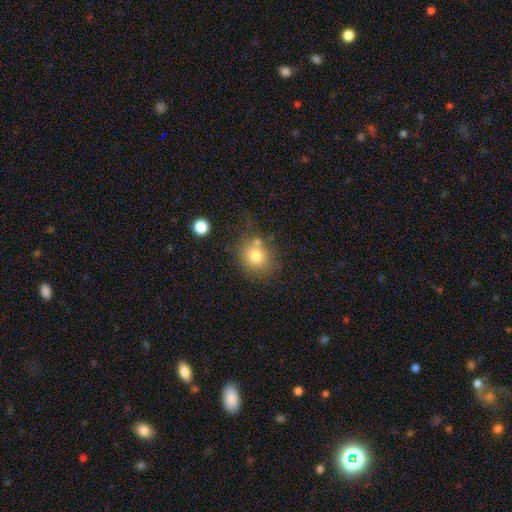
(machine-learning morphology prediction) smooth_or_featured: smooth (p=0.78) [alt: featured or disk p=0.12]
how_rounded: round (p=0.72) [alt: in between p=0.27]
merging: none (p=0.59) [alt: merger p=0.18]